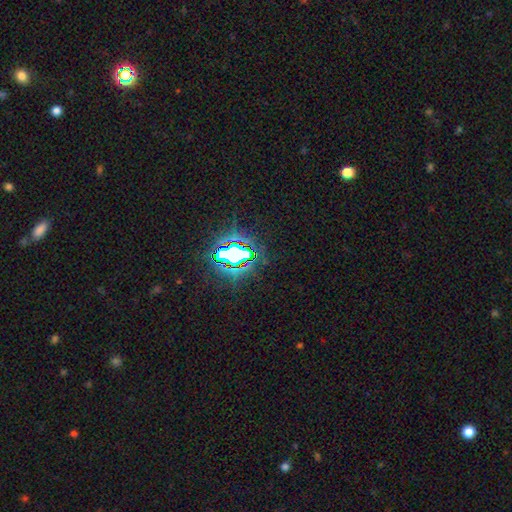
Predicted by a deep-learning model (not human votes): This appears to be a star or artifact, not a galaxy (82%).